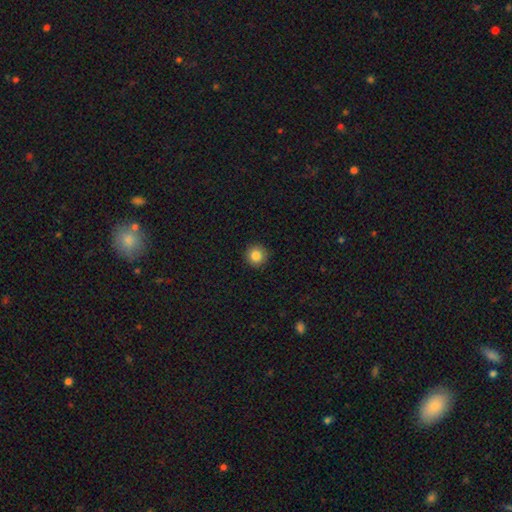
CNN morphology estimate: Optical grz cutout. It shows a smooth galaxy with no disk features (85%) that is round (95%). Merging: none (92%).